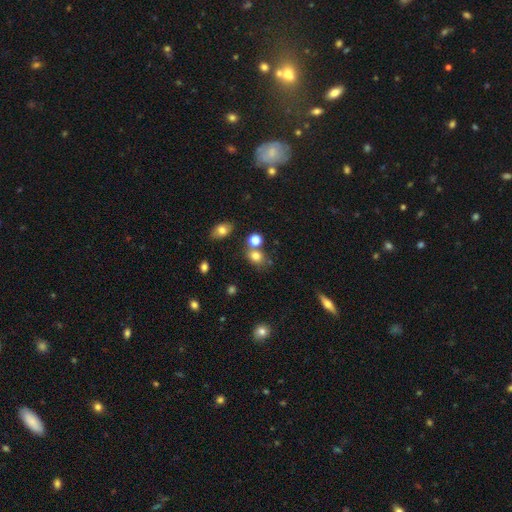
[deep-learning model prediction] Morphology: type=smooth (78%); roundness=round (55%); merging=none (62%).